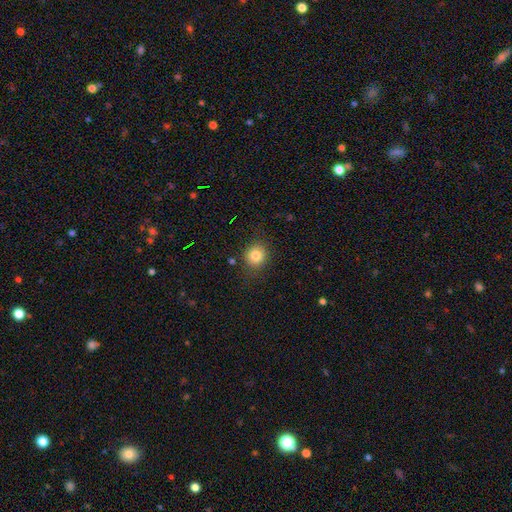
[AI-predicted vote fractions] Overall: smooth (82%). How rounded: round (82%). Merging: none (83%).